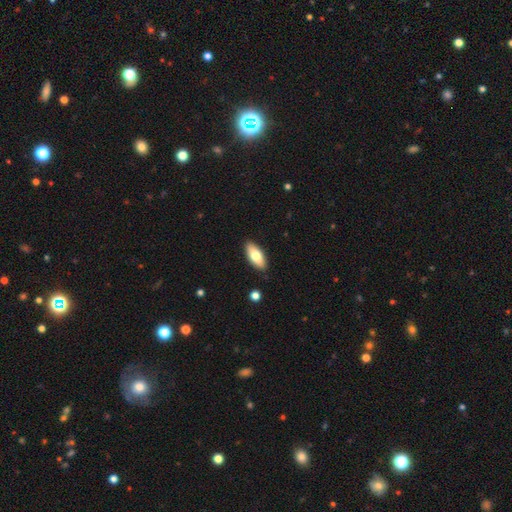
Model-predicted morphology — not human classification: A smooth galaxy with no disk features (73%) that is in between round and cigar-shaped (84%).

Vote fractions:
- Smooth or featured? smooth: 73% / featured or disk: 21% / star or artifact: 6%
- How rounded? in between: 84% / cigar-shaped: 13% / round: 2%
- Merging? none: 89% / minor disturbance: 8% / major disturbance: 2% / merger: 1%